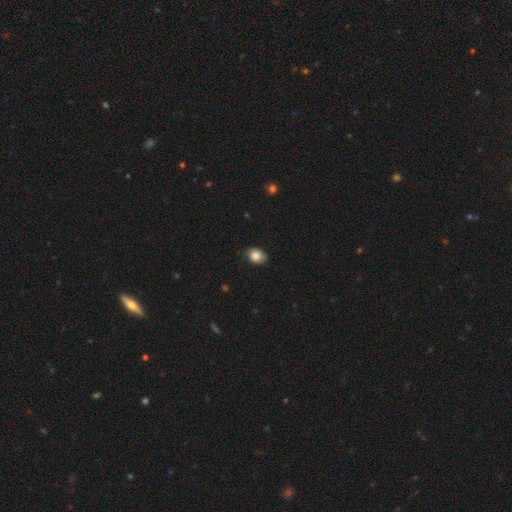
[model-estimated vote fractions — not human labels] This is clearly a smooth galaxy (85%). How rounded: likely in between (67%). Merging: clearly none (84%).